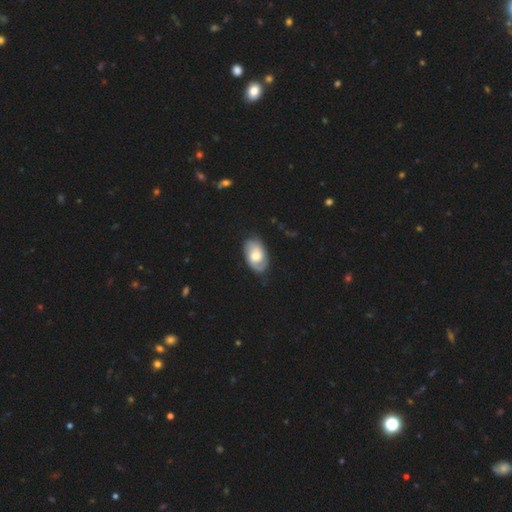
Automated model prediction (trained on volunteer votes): smooth_or_featured: featured or disk (p=0.57) [alt: smooth p=0.38]
disk_edge_on: no (p=0.95) [alt: yes p=0.05]
bar: no (p=0.68) [alt: weak p=0.27]
has_spiral_arms: yes (p=0.81) [alt: no p=0.19]
bulge_size: moderate (p=0.66) [alt: small p=0.17]
merging: none (p=0.76) [alt: minor disturbance p=0.18]